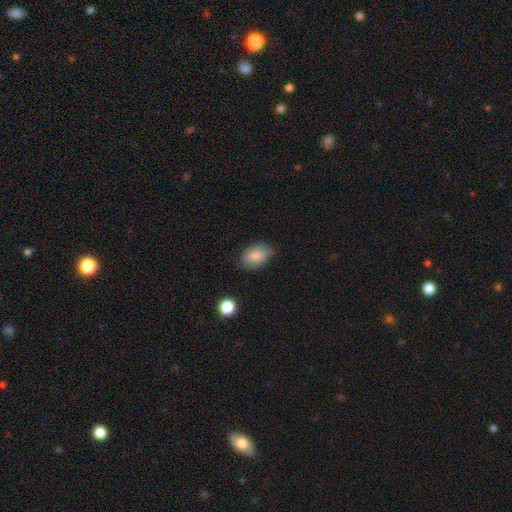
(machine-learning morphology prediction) Smooth or featured? smooth (82%)
How rounded? in between (82%)
Merging? none (66%)